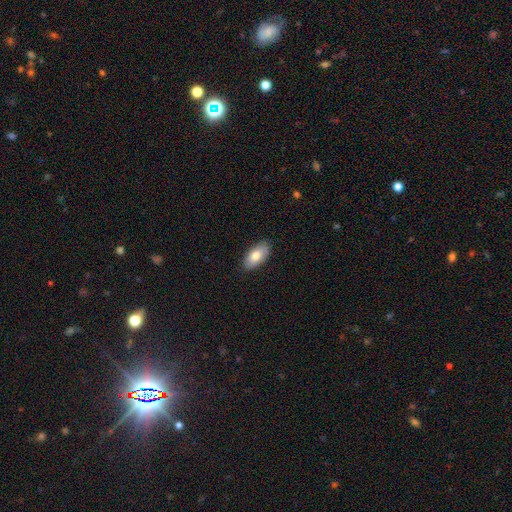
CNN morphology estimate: A smooth galaxy with no disk features (78%) that is in between round and cigar-shaped (93%).

Vote fractions:
- Smooth or featured? smooth: 78% / featured or disk: 16% / star or artifact: 6%
- How rounded? in between: 93% / cigar-shaped: 4% / round: 3%
- Merging? none: 87% / minor disturbance: 10% / major disturbance: 2% / merger: 1%